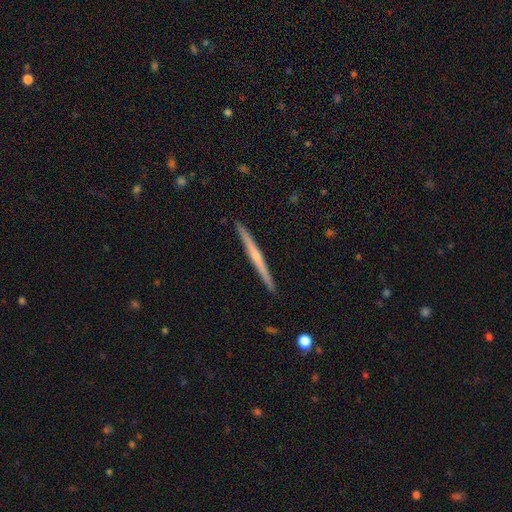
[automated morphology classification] This appears to be a featured or disk galaxy (70%) viewed edge-on (98%) with a rounded central bulge (58%). Merging: none (91%).